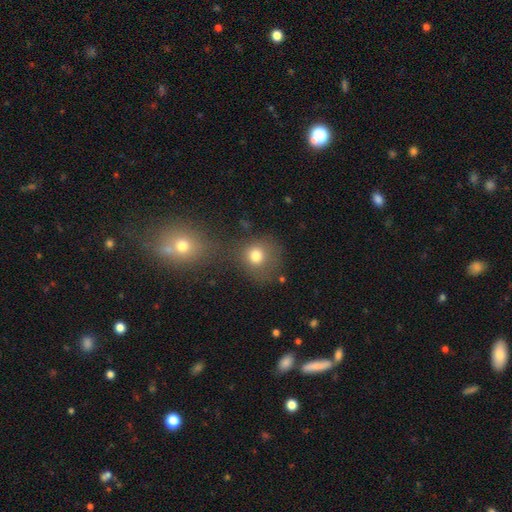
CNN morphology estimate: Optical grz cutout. It shows a smooth galaxy with no disk features (76%) that is round (81%). Merging: none (50%).